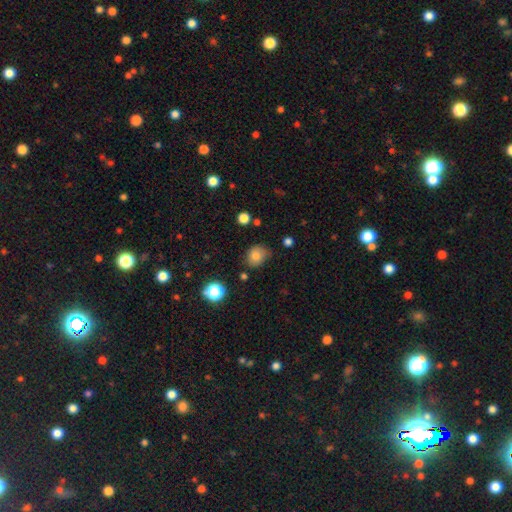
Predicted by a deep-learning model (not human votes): This is likely a smooth galaxy (80%). How rounded: likely round (63%). Merging: likely none (64%).